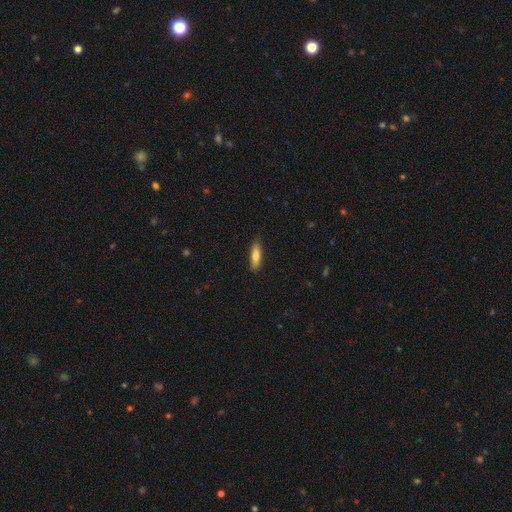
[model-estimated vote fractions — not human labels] A smooth galaxy with no disk features (77%) that is cigar-shaped (64%). Merging: none (82%).